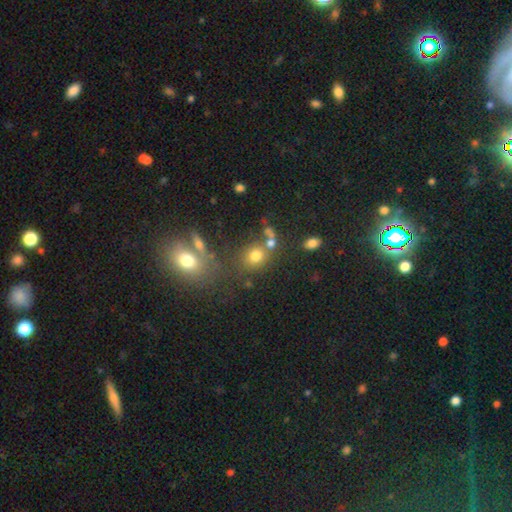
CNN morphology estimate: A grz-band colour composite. It shows a smooth galaxy with no disk features (72%) that is round (68%). Merging: none (61%).